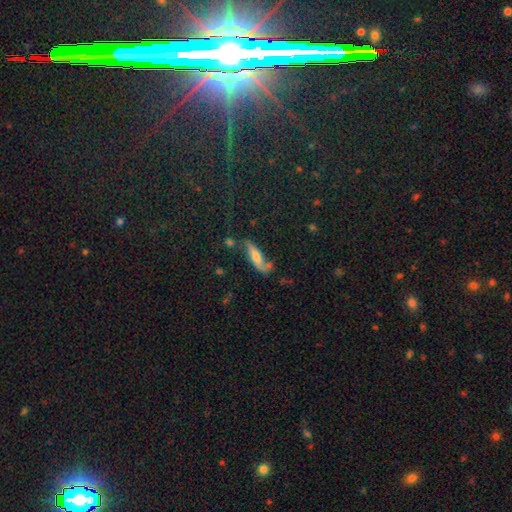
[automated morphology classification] Q: Smooth or featured?
A: featured or disk (46%); runner-up: smooth (44%)
Q: Merging?
A: none (54%); runner-up: minor disturbance (24%)